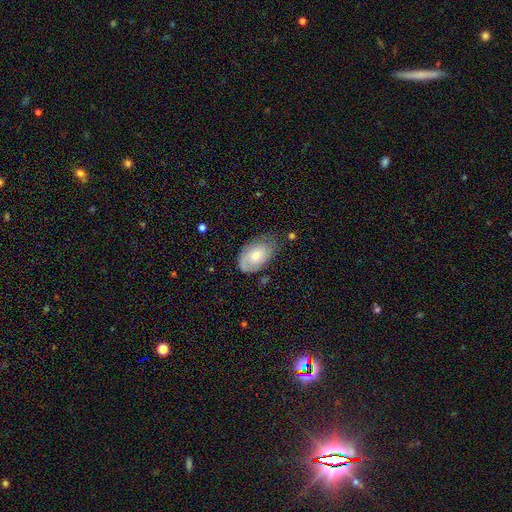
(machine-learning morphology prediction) type=smooth (54%); roundness=in between (89%); merging=none (57%).